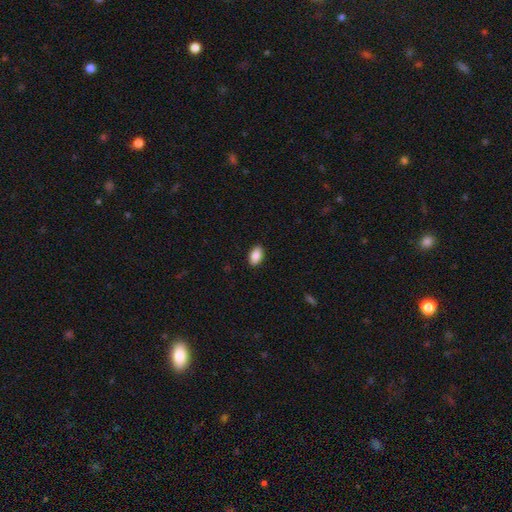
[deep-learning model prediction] A smooth galaxy with no disk features (88%) that is in between round and cigar-shaped (93%). Merging: none (90%).